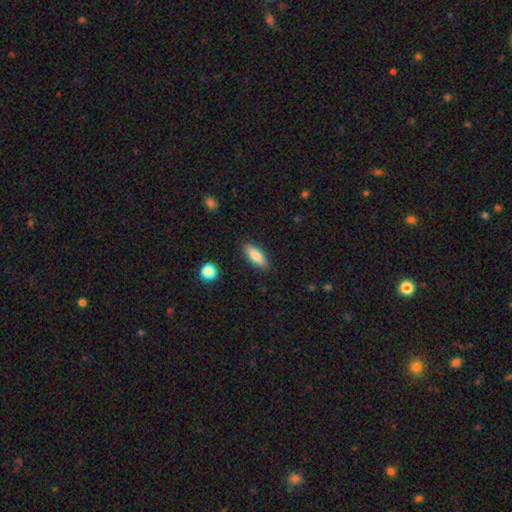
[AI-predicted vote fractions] Smooth or featured? smooth (83%)
How rounded? in between (62%)
Merging? none (87%)